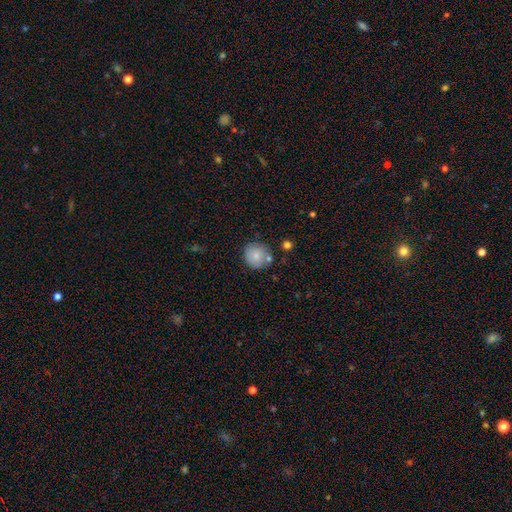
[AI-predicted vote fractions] Overall: smooth (81%). How rounded: round (92%). Merging: none (75%).